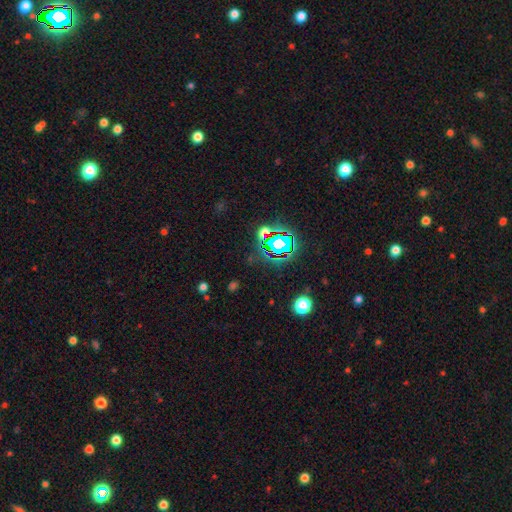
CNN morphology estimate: smooth-or-featured: star or artifact: 77% | smooth: 15% | featured or disk: 8%